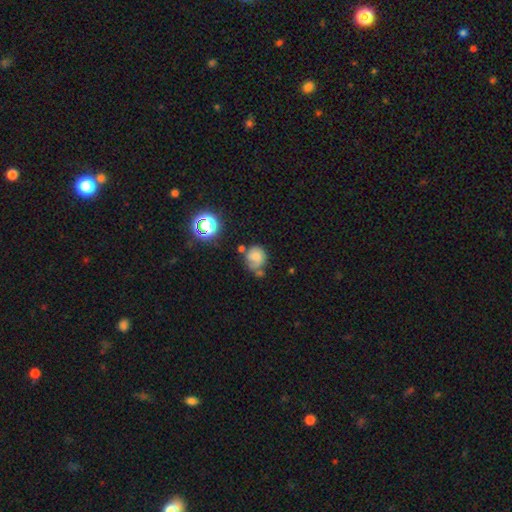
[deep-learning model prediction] Morphology: type=smooth (68%); roundness=round (71%); merging=none (42%).